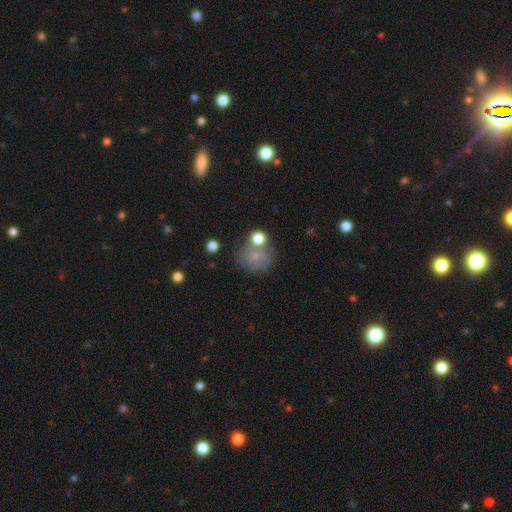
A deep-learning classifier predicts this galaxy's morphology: A smooth galaxy with no disk features (73%) that is round (79%).

Vote fractions:
- Smooth or featured? smooth: 73% / featured or disk: 15% / star or artifact: 12%
- How rounded? round: 79% / in between: 20% / cigar-shaped: 1%
- Merging? none: 53% / merger: 22% / minor disturbance: 16% / major disturbance: 8%